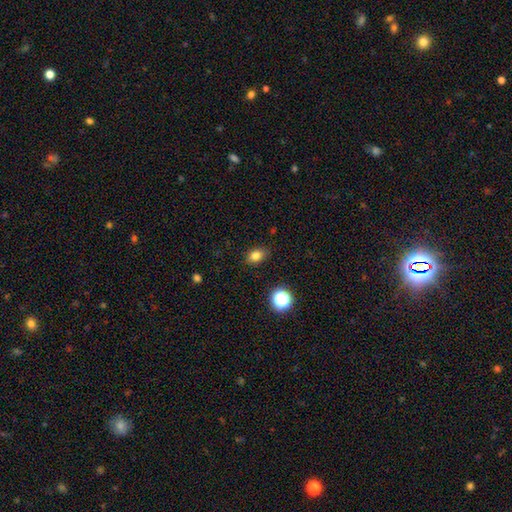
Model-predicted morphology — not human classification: The model was most divided on "how rounded": in between: 71%, round: 28%, cigar-shaped: 1%. More confident: merging — none (86%); smooth or featured — smooth (80%).